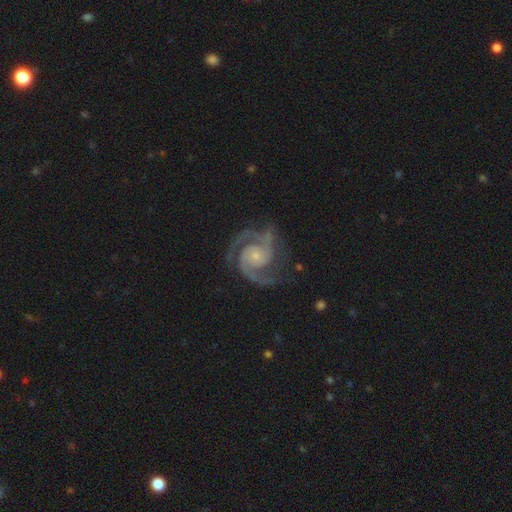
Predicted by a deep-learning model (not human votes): This appears to be a featured or disk galaxy (93%) with no bar (68%), 2 (75%) medium (50%) spiral arms (99%) and a small central bulge (75%). Merging: none (77%).